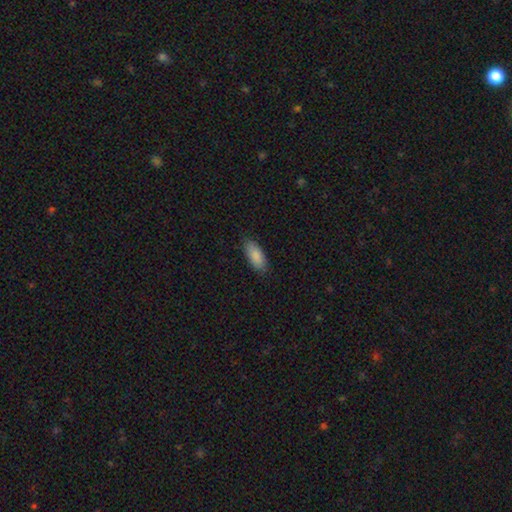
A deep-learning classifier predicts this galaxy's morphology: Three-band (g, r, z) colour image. It shows a smooth galaxy with no disk features (88%) that is in between round and cigar-shaped (85%). Merging: none (84%).